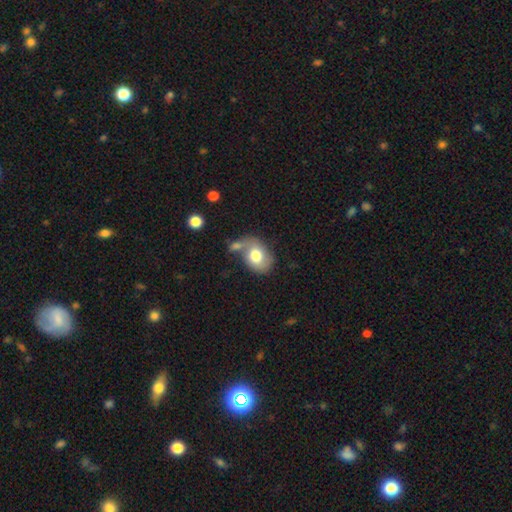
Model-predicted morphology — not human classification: This appears to be a smooth galaxy with no disk features (70%) that is in between round and cigar-shaped (68%). Merging: none (44%).